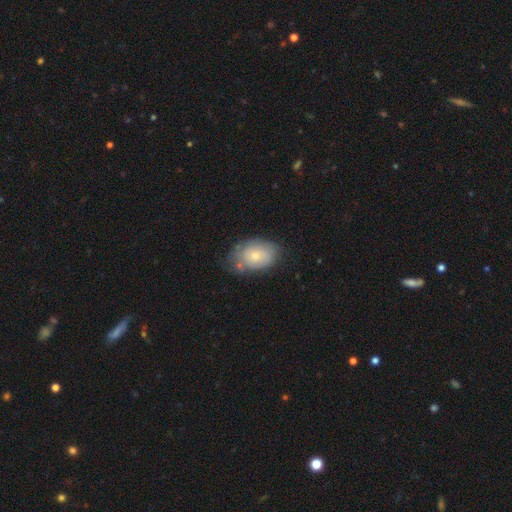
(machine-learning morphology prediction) smooth-or-featured: smooth: 65% | featured or disk: 29% | star or artifact: 7%
  how-rounded: in between: 85% | round: 14% | cigar-shaped: 1%
  merging: none: 62% | minor disturbance: 26% | major disturbance: 7% | merger: 5%